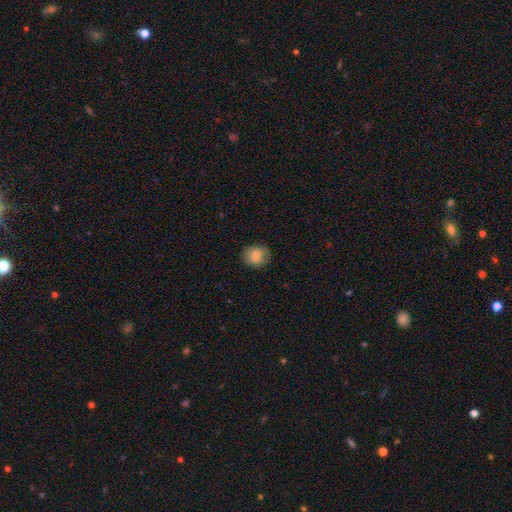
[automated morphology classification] Smooth or featured?
  - smooth: 82% *
  - featured or disk: 10%
  - star or artifact: 8%
How rounded?
  - round: 67% *
  - in between: 32%
  - cigar-shaped: 1%
Merging?
  - none: 79% *
  - minor disturbance: 17%
  - major disturbance: 4%
  - merger: 1%